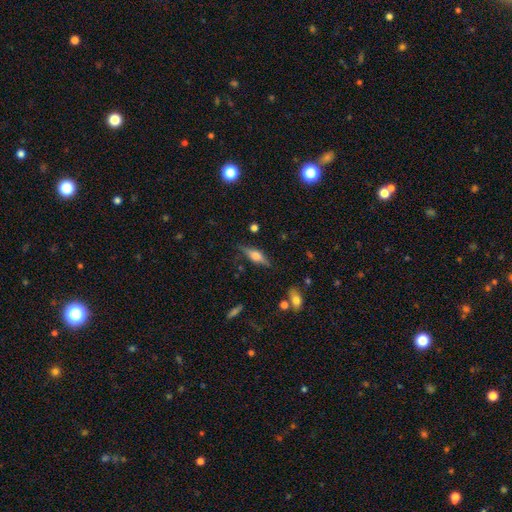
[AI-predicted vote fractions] Smooth or featured? Predicted: featured or disk (p=0.55). Edge-on disk? Predicted: yes (p=0.94). Edge-on bulge? Predicted: rounded (p=0.86). Merging? Predicted: none (p=0.79).